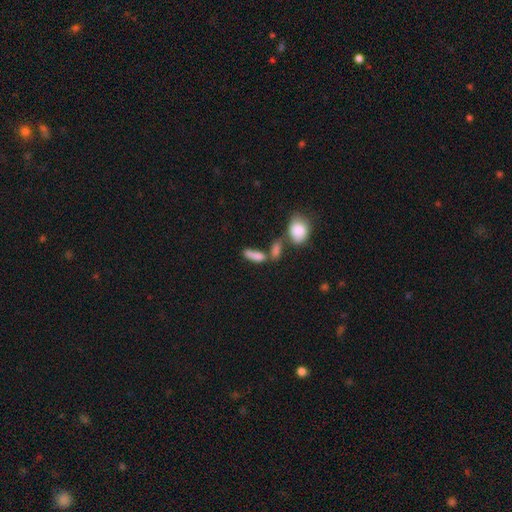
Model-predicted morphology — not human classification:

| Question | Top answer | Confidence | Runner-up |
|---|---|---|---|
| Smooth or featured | smooth | 77% | featured or disk (13%) |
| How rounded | in between | 62% | cigar-shaped (32%) |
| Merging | merger | 43% | none (33%) |